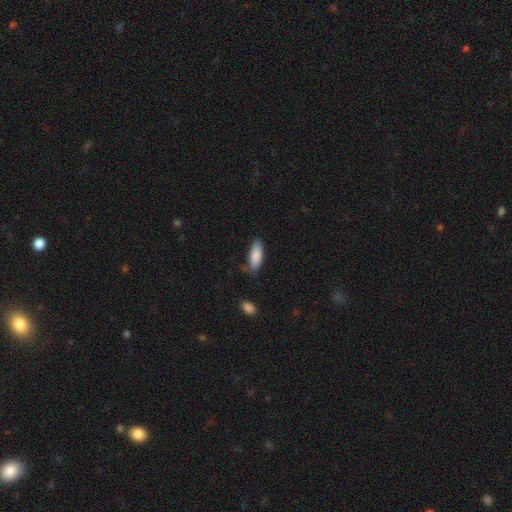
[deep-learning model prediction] smooth-or-featured: smooth: 86% | featured or disk: 8% | star or artifact: 6%
  how-rounded: in between: 69% | cigar-shaped: 29% | round: 2%
  merging: none: 72% | minor disturbance: 21% | major disturbance: 4% | merger: 3%